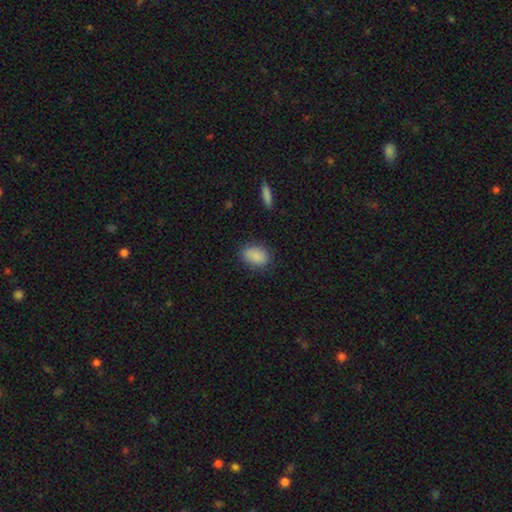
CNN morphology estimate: Overall: smooth (87%). How rounded: in between (78%). Merging: none (82%).